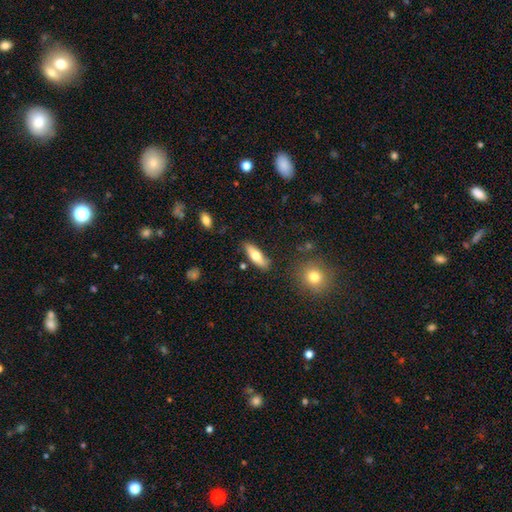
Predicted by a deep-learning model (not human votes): A smooth galaxy with no disk features (69%) that is in between round and cigar-shaped (55%).

Vote fractions:
- Smooth or featured? smooth: 69% / featured or disk: 25% / star or artifact: 6%
- How rounded? in between: 55% / cigar-shaped: 42% / round: 2%
- Merging? none: 83% / minor disturbance: 12% / merger: 3% / major disturbance: 2%